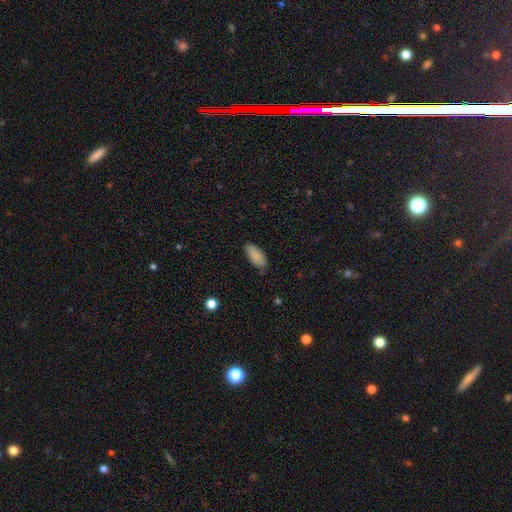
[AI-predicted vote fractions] Smooth or featured?
  - smooth: 88% *
  - star or artifact: 7%
  - featured or disk: 5%
How rounded?
  - in between: 86% *
  - cigar-shaped: 12%
  - round: 2%
Merging?
  - none: 78% *
  - minor disturbance: 17%
  - major disturbance: 3%
  - merger: 2%